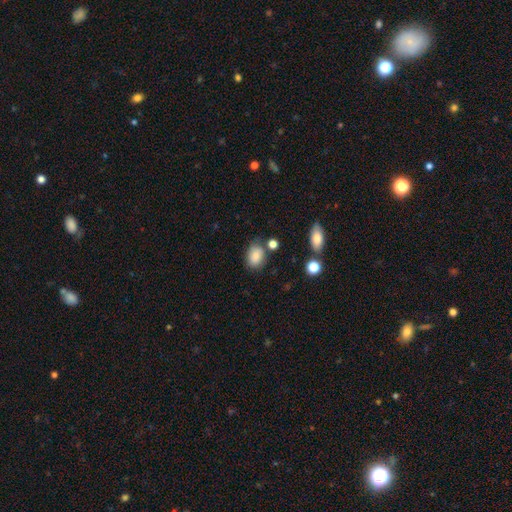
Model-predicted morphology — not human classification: This appears to be a smooth galaxy with no disk features (85%) that is in between round and cigar-shaped (71%). Merging: none (69%).